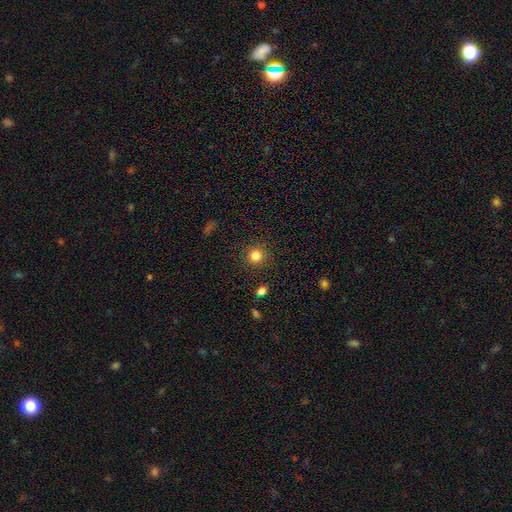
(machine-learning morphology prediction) smooth_or_featured: smooth (p=0.82) [alt: star or artifact p=0.12]
how_rounded: round (p=0.93) [alt: in between p=0.06]
merging: none (p=0.90) [alt: minor disturbance p=0.06]